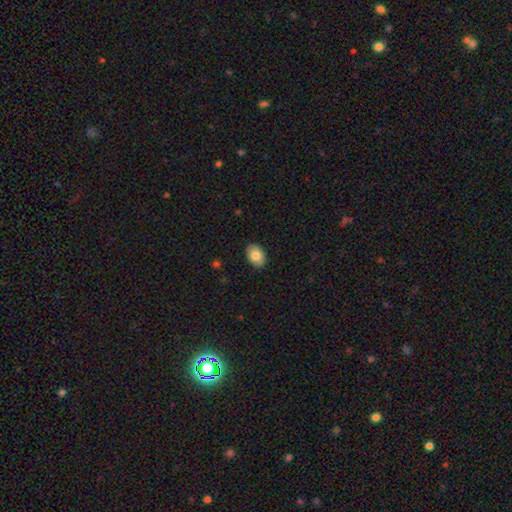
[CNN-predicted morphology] This is clearly a smooth galaxy (82%). How rounded: clearly in between (83%). Merging: clearly none (89%).